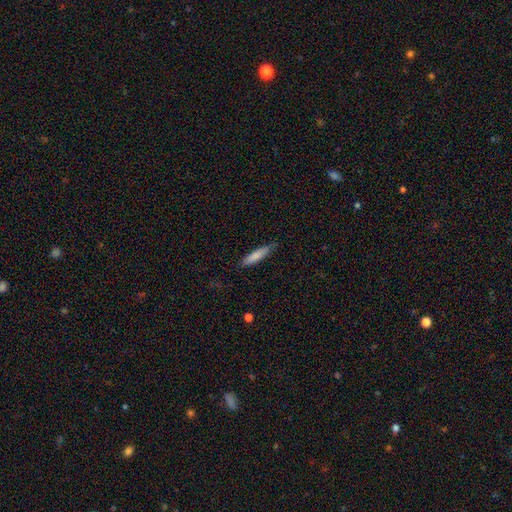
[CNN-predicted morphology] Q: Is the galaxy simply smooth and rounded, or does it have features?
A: smooth — 80%.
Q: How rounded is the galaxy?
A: cigar-shaped — 81%.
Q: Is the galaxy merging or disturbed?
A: none — 82%.